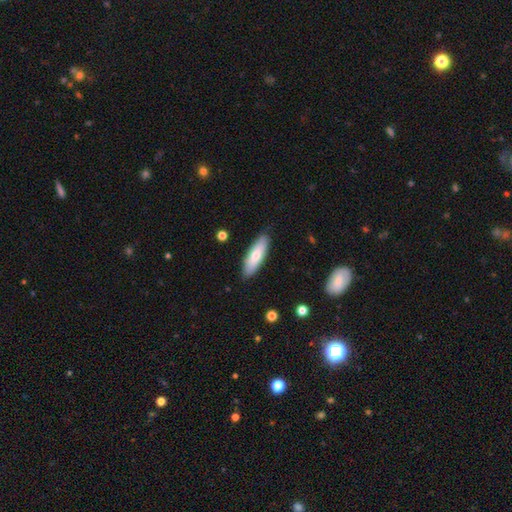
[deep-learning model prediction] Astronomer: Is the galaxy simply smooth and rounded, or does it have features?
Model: smooth — 71%.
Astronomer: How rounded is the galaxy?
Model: in between — 52% (runner-up: cigar-shaped, 47%).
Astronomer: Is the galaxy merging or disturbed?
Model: none — 86%.